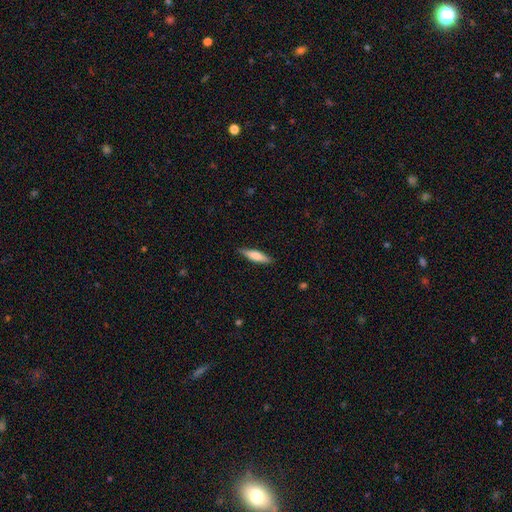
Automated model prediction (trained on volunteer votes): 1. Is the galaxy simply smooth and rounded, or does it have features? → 65% smooth, 30% featured or disk, 6% star or artifact.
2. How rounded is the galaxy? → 72% cigar-shaped, 26% in between, 2% round.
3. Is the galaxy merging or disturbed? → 86% none, 11% minor disturbance, 2% major disturbance, 1% merger.